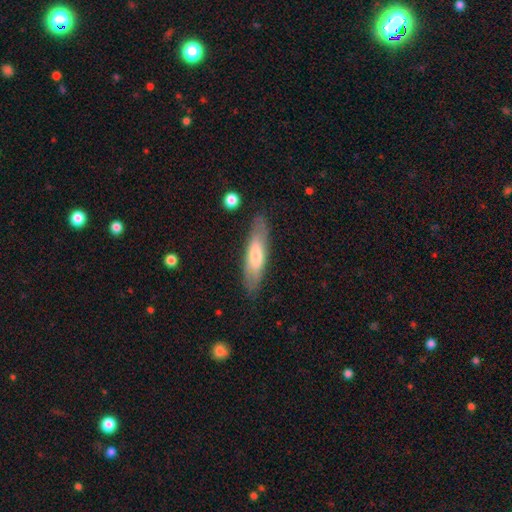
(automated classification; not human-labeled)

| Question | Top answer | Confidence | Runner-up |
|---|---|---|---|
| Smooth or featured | smooth | 58% | featured or disk (36%) |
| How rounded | cigar-shaped | 68% | in between (30%) |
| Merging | none | 82% | minor disturbance (13%) |